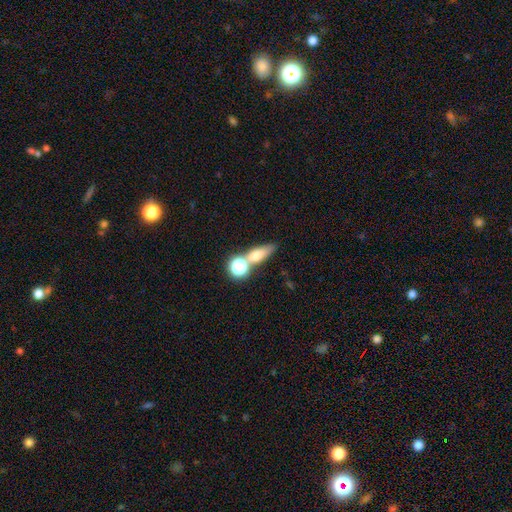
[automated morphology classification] Smooth or featured? smooth (61%)
How rounded? in between (44%)
Merging? none (51%)